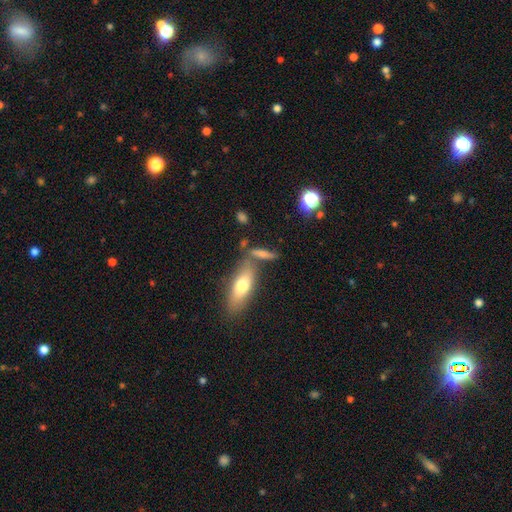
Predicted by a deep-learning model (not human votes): smooth-or-featured: smooth: 62% | featured or disk: 27% | star or artifact: 11%
  how-rounded: cigar-shaped: 57% | in between: 37% | round: 6%
  merging: none: 61% | merger: 22% | minor disturbance: 13% | major disturbance: 5%